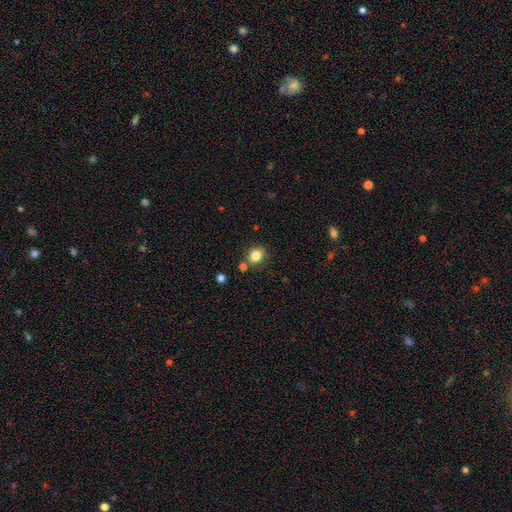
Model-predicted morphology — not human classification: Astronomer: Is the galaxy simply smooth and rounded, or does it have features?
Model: smooth — 83%.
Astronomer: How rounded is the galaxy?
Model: round — 69%.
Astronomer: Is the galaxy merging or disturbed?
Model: none — 79%.